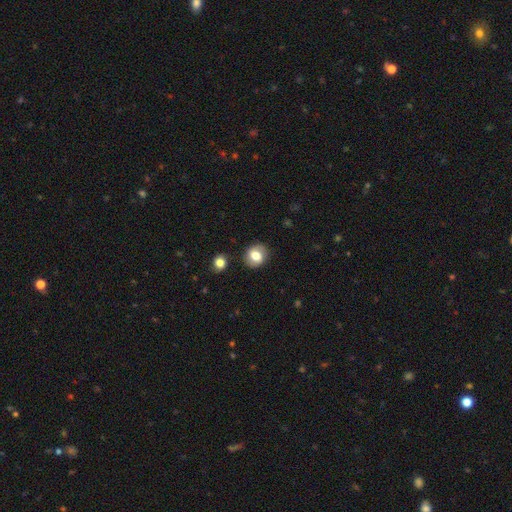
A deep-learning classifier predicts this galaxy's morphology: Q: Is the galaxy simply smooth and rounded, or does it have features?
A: smooth — 73%.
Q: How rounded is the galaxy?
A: round — 71%.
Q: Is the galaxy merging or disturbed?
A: none — 84%.